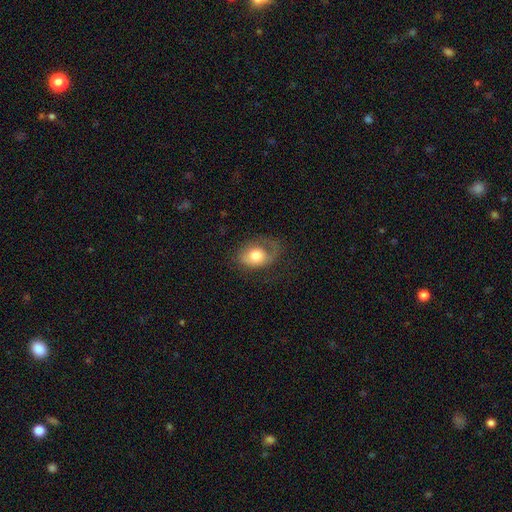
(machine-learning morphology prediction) Smooth or featured?
  - smooth: 61% *
  - featured or disk: 32%
  - star or artifact: 7%
How rounded?
  - in between: 75% *
  - round: 23%
  - cigar-shaped: 1%
Merging?
  - none: 46% *
  - major disturbance: 28%
  - minor disturbance: 24%
  - merger: 2%